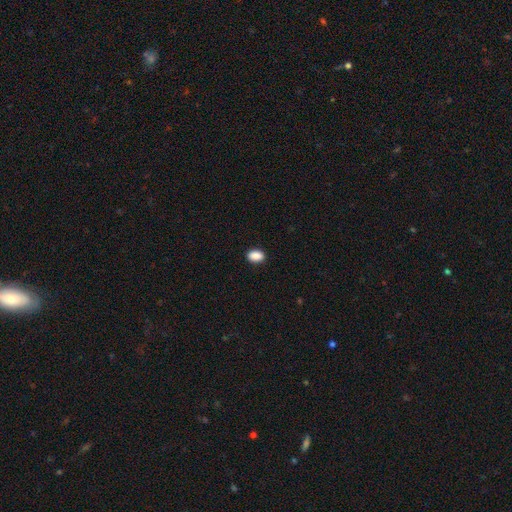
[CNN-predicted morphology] Smooth or featured? smooth (90%)
How rounded? in between (84%)
Merging? none (89%)